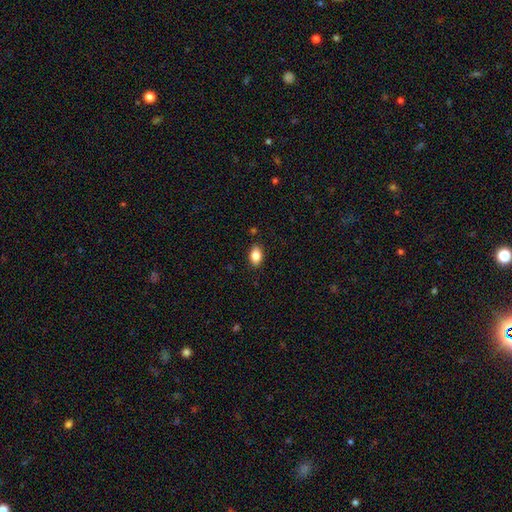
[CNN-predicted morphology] type=smooth (84%); roundness=in between (88%); merging=none (87%).